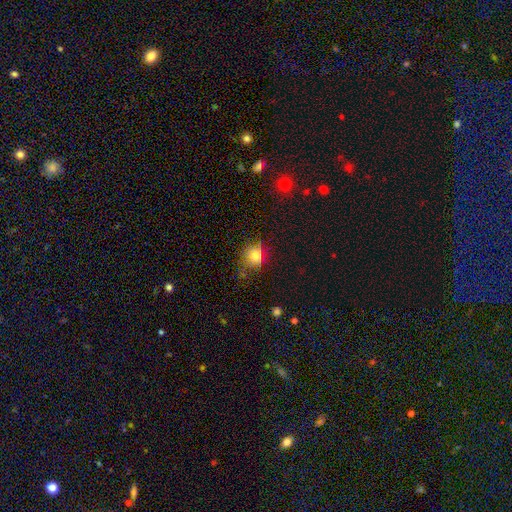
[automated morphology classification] Smooth or featured: smooth — 77% (star or artifact — 13%)
How rounded: round — 70% (in between — 28%)
Merging: none — 66% (minor disturbance — 24%)